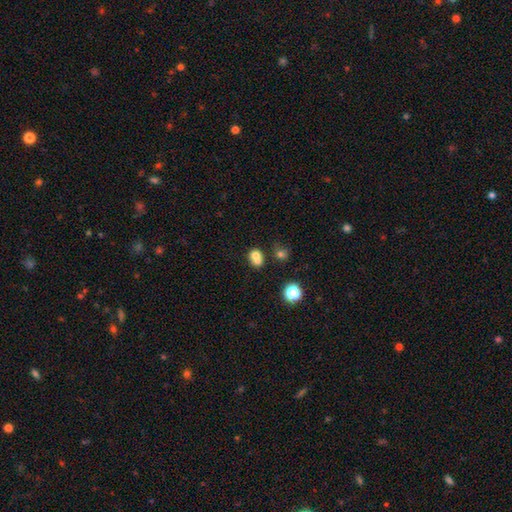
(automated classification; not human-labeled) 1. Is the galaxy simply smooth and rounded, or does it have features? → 72% smooth, 15% featured or disk, 13% star or artifact.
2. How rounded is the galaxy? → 64% round, 35% in between, 1% cigar-shaped.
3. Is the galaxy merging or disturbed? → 54% merger, 32% none, 9% minor disturbance, 4% major disturbance.